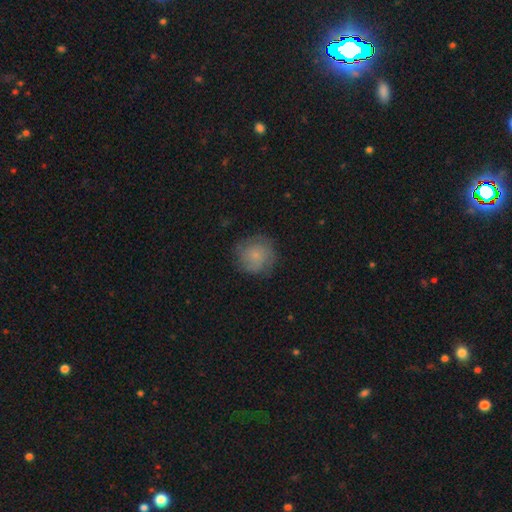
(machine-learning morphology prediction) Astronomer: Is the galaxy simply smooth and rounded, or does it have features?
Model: smooth — 69%.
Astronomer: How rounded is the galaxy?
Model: round — 92%.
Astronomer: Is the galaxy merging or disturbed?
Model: none — 76%.